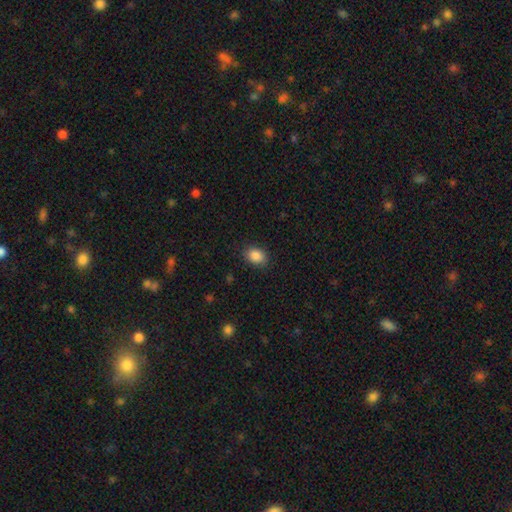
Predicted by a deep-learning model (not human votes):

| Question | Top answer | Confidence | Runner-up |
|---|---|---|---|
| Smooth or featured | smooth | 88% | star or artifact (9%) |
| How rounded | in between | 69% | round (29%) |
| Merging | none | 86% | minor disturbance (10%) |